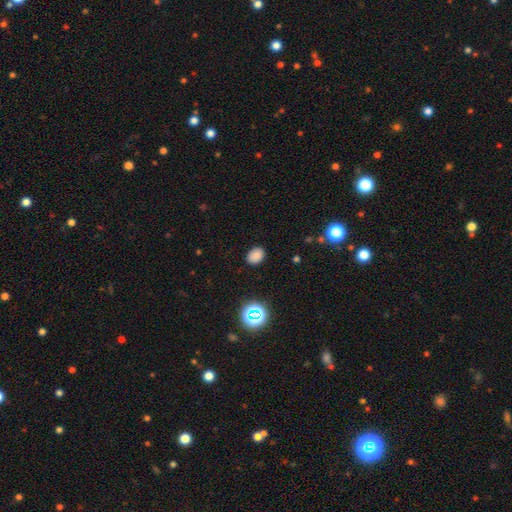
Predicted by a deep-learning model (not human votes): This is clearly a smooth galaxy (81%). How rounded: likely in between (65%). Merging: clearly none (87%).